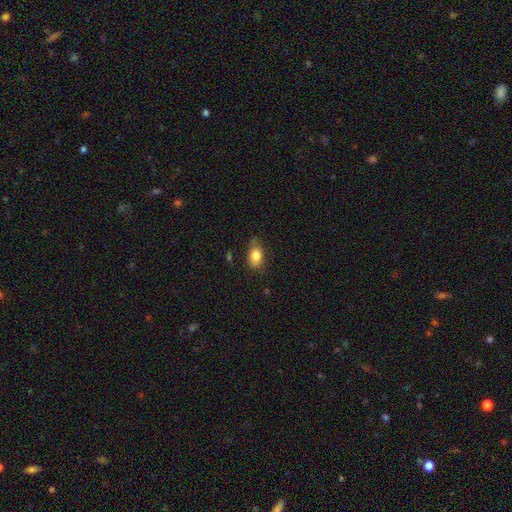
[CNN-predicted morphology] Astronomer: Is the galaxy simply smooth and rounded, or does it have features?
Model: smooth — 83%.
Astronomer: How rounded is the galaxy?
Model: in between — 81%.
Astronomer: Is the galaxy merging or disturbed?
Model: none — 65%.